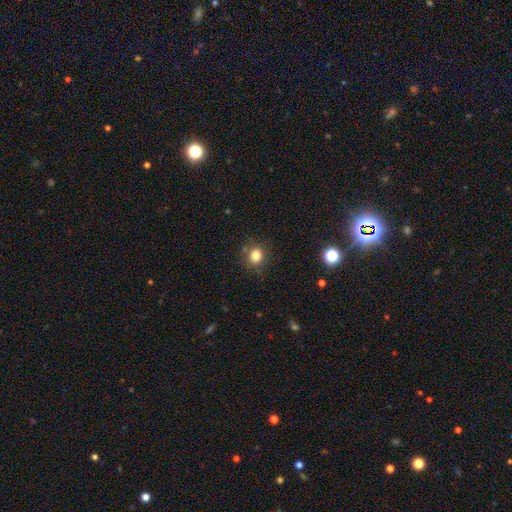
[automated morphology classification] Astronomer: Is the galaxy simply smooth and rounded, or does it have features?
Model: smooth — 81%.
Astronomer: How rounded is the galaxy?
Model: round — 77%.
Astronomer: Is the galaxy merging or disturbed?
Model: none — 82%.